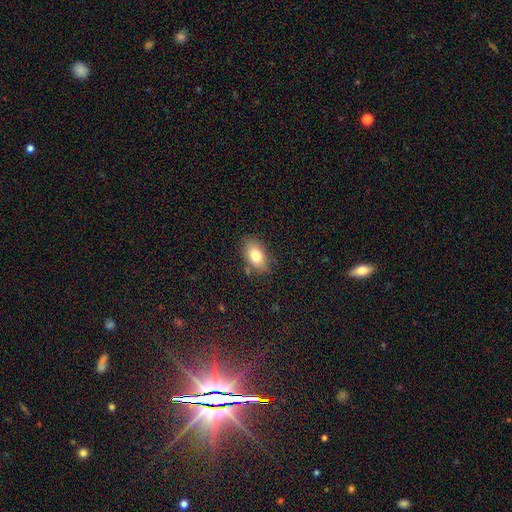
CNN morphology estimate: smooth 79%, featured or disk 13%, star or artifact 8%. Down the decision tree: how rounded — in between (87%); merging — none (79%).